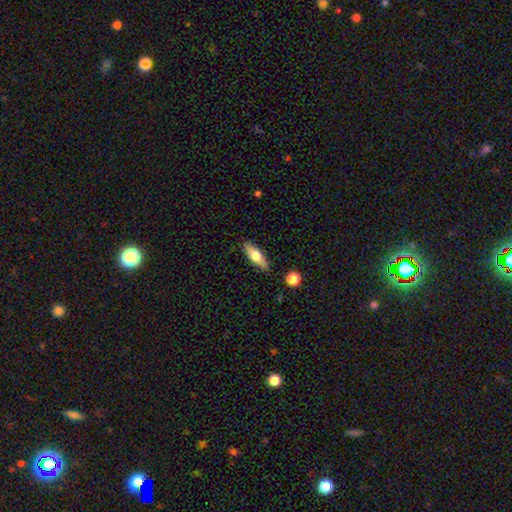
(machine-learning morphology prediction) This appears to be a smooth galaxy with no disk features (59%) that is in between round and cigar-shaped (56%). Merging: none (86%).